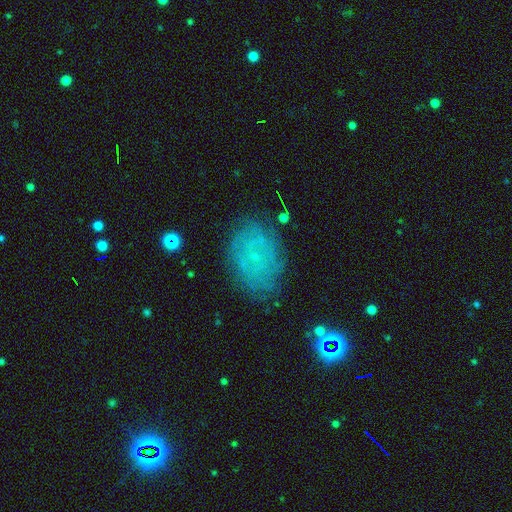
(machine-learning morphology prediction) This is possibly a smooth galaxy (47%). Merging: likely none (75%).